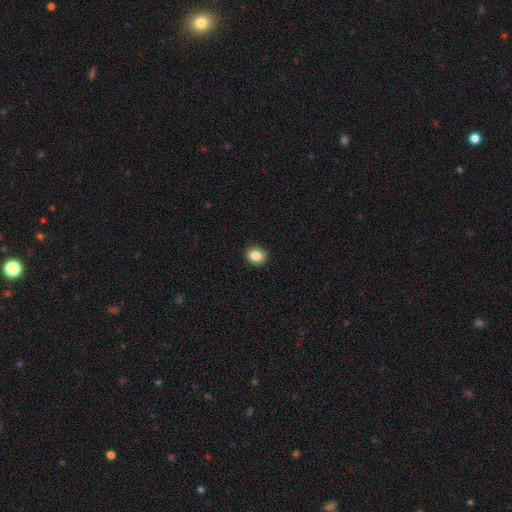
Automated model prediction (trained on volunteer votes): Morphology: type=smooth (85%); roundness=round (66%); merging=none (92%).